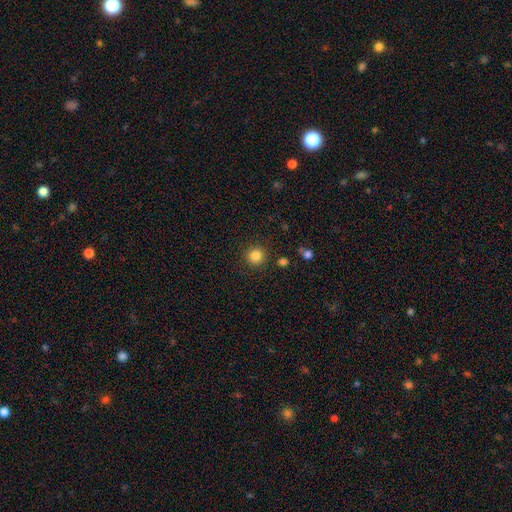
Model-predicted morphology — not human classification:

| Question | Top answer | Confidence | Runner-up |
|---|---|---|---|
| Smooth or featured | smooth | 84% | star or artifact (11%) |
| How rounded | round | 95% | in between (4%) |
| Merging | none | 90% | minor disturbance (6%) |